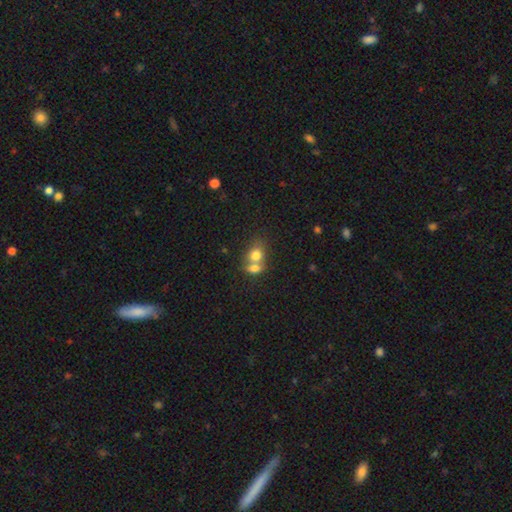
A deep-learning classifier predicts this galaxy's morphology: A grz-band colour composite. It shows a smooth galaxy with no disk features (76%) that is round (53%). Merging: merger (66%).